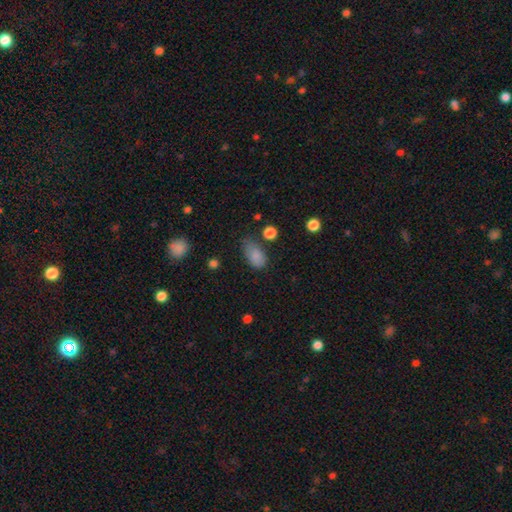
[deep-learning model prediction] A smooth galaxy with no disk features (83%) that is in between round and cigar-shaped (90%). Merging: none (48%).